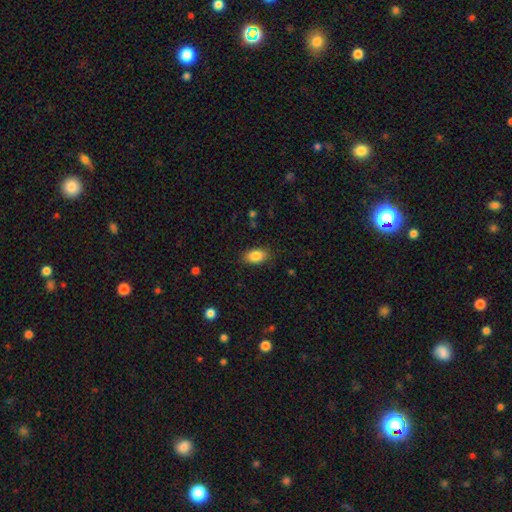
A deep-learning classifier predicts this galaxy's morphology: Overall: smooth (87%). How rounded: in between (91%). Merging: none (85%).